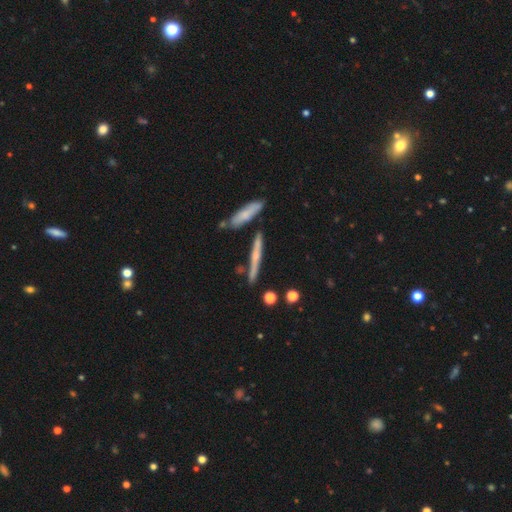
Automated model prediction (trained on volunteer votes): Smooth or featured: featured or disk — 59% (smooth — 33%)
Edge-on disk: yes — 94% (no — 6%)
Edge-on bulge: rounded — 58% (none — 36%)
Merging: none — 77% (minor disturbance — 11%)